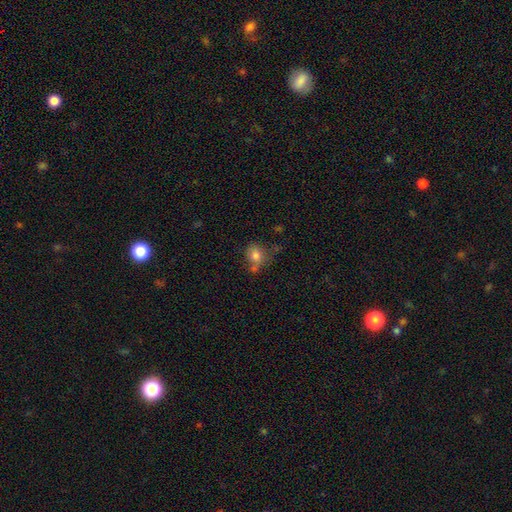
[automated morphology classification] type=smooth (78%); roundness=round (65%); merging=none (51%).